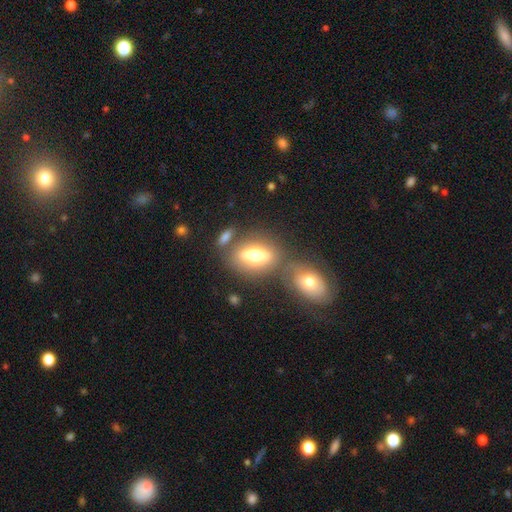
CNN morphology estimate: The model was most divided on "merging": none: 56%, merger: 28%, minor disturbance: 11%, major disturbance: 5%. More confident: how rounded — in between (79%); smooth or featured — smooth (60%).